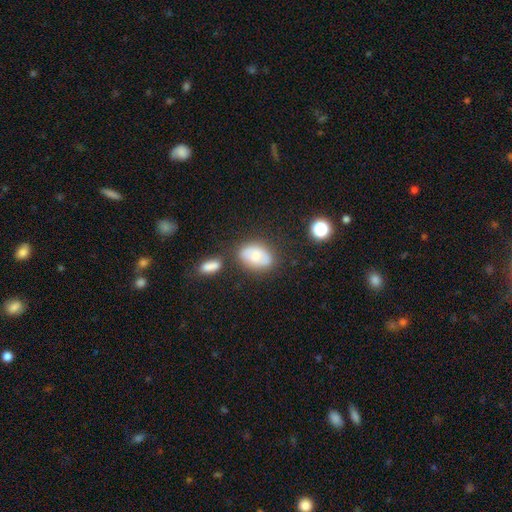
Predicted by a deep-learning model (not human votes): A smooth galaxy with no disk features (67%) that is in between round and cigar-shaped (87%).

Vote fractions:
- Smooth or featured? smooth: 67% / featured or disk: 24% / star or artifact: 9%
- How rounded? in between: 87% / round: 11% / cigar-shaped: 2%
- Merging? none: 61% / minor disturbance: 20% / merger: 12% / major disturbance: 7%